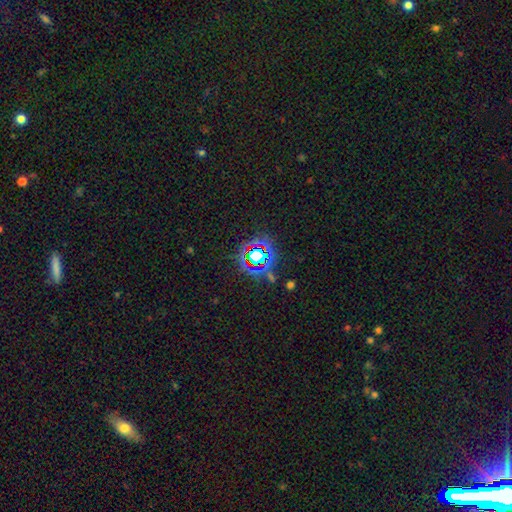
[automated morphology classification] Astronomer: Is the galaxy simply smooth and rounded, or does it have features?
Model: star or artifact — 70%.